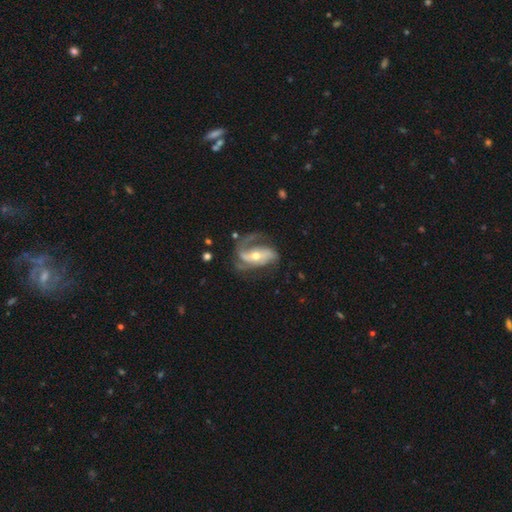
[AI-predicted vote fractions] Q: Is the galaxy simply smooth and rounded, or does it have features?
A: featured or disk — 84%.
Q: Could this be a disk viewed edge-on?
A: no — 96%.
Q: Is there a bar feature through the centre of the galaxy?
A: no — 38%.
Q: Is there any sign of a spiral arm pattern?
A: yes — 94%.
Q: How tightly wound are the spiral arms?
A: medium — 42%.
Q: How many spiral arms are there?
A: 2 — 58%.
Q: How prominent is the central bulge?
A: moderate — 56%.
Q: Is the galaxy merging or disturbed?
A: none — 49%.